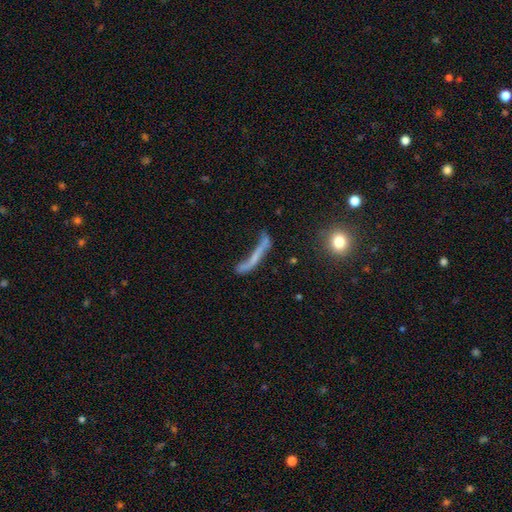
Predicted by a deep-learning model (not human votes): Q: Smooth or featured?
A: featured or disk (47%); runner-up: smooth (38%)
Q: Merging?
A: none (35%); runner-up: major disturbance (33%)